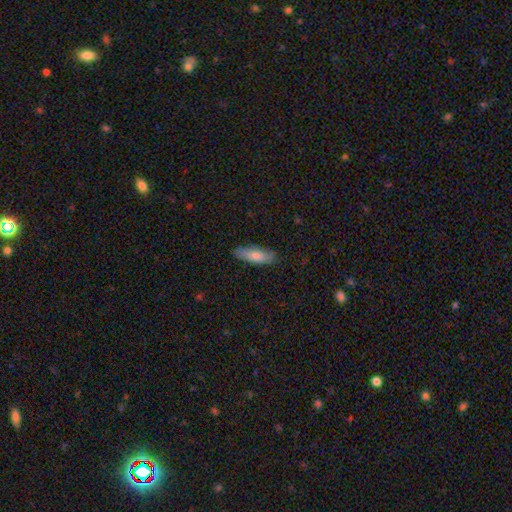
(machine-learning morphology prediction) A smooth galaxy with no disk features (76%) that is in between round and cigar-shaped (61%). Merging: none (81%).